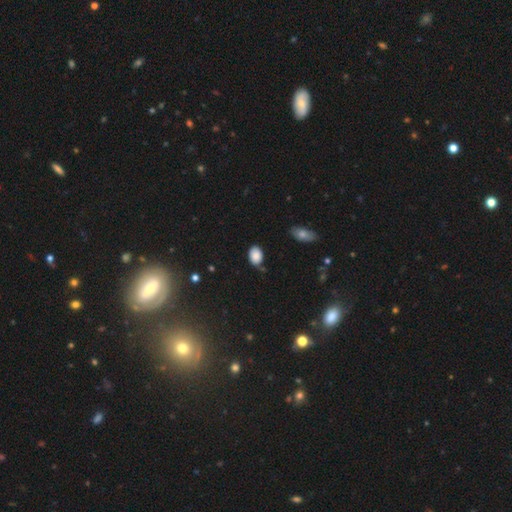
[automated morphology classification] The model was most divided on "merging": none: 69%, minor disturbance: 23%, major disturbance: 4%, merger: 4%. More confident: smooth or featured — smooth (85%); how rounded — in between (83%).